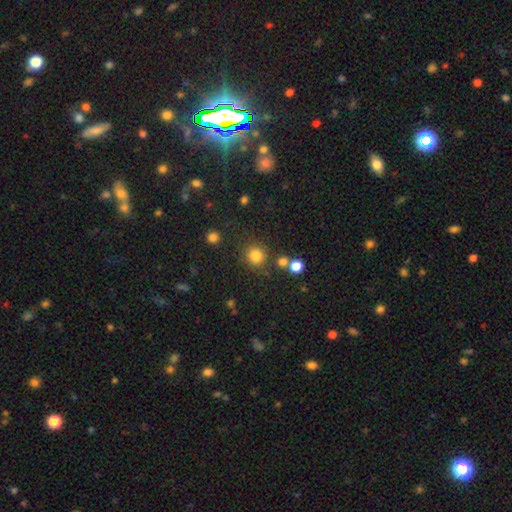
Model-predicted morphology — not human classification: type=smooth (82%); roundness=round (91%); merging=none (81%).